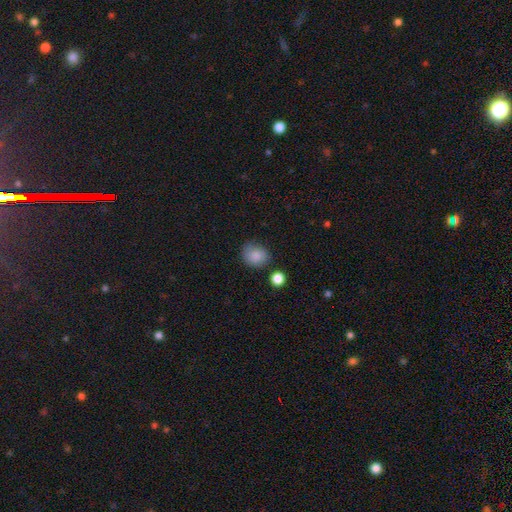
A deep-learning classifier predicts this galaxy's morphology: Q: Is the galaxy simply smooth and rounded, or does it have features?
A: smooth — 84%.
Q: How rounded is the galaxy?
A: round — 72%.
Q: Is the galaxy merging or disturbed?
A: none — 67%.